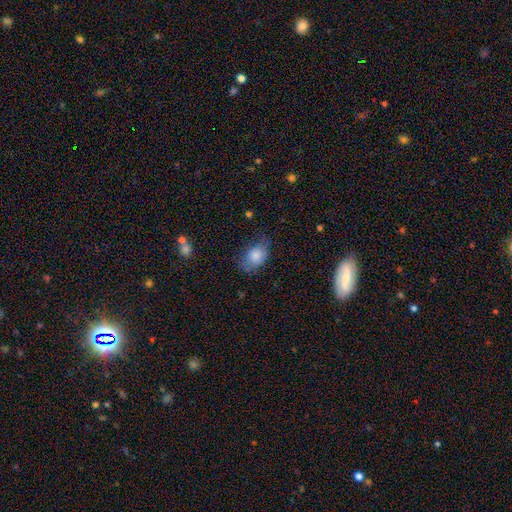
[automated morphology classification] Smooth or featured: smooth — 78% (featured or disk — 14%)
How rounded: in between — 77% (round — 22%)
Merging: none — 57% (minor disturbance — 30%)